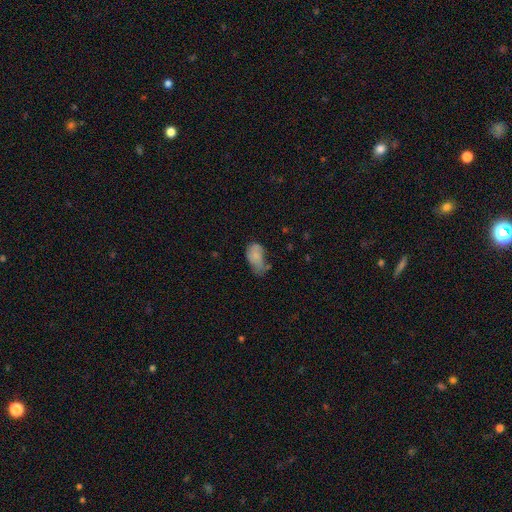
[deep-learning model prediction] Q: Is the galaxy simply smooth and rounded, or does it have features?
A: smooth — 73%.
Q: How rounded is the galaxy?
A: in between — 92%.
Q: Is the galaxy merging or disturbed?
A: minor disturbance — 40%.